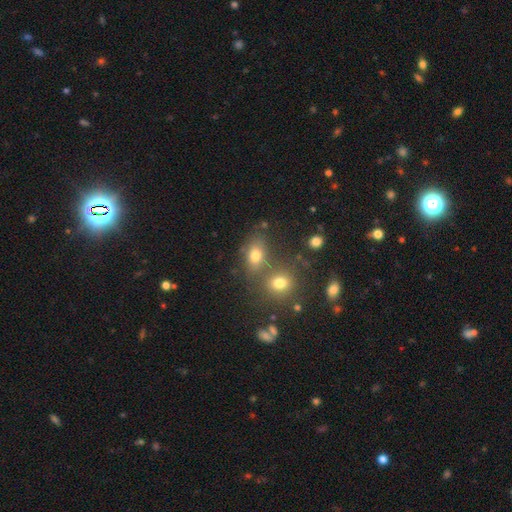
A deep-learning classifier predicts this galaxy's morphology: This appears to be a smooth galaxy with no disk features (72%) that is in between round and cigar-shaped (65%). Merging: none (54%).